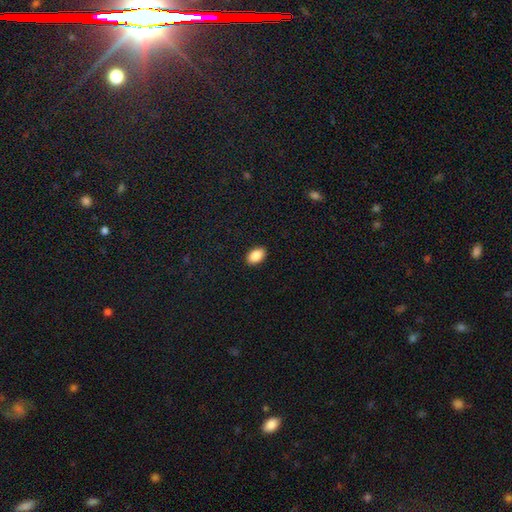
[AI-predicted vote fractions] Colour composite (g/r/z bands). It shows a smooth galaxy with no disk features (88%) that is in between round and cigar-shaped (89%). Merging: none (90%).